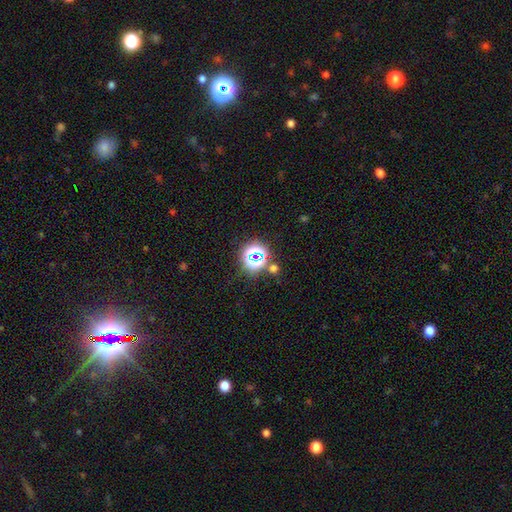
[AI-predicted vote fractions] star or artifact 62%, smooth 27%, featured or disk 10%.